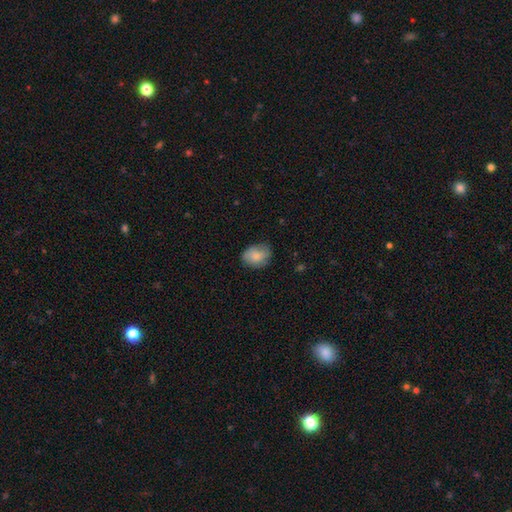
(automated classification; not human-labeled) smooth_or_featured: smooth (p=0.81) [alt: featured or disk p=0.12]
how_rounded: in between (p=0.57) [alt: round p=0.41]
merging: none (p=0.73) [alt: minor disturbance p=0.21]